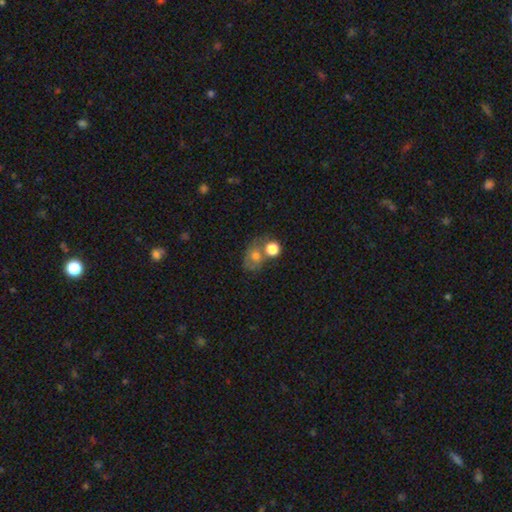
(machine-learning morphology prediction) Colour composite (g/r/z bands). It shows a smooth galaxy with no disk features (59%) that is round (57%). Merging: merger (36%).